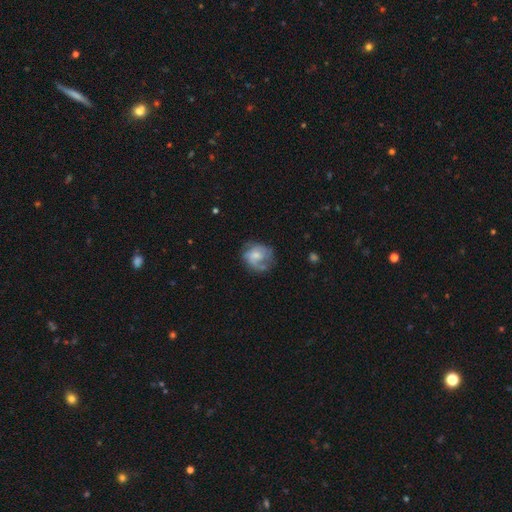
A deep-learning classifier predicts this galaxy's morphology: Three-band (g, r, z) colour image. It shows a featured or disk galaxy (54%) with no bar (68%), spiral arms (75%) and a small central bulge (44%). Merging: none (54%).